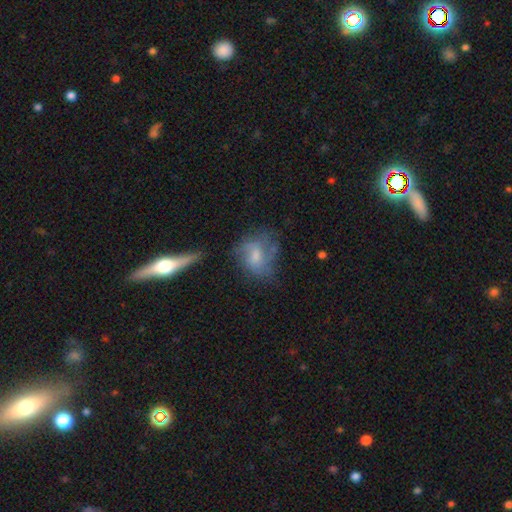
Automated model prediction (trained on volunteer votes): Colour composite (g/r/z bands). It shows a smooth galaxy with no disk features (47%). Merging: none (47%).